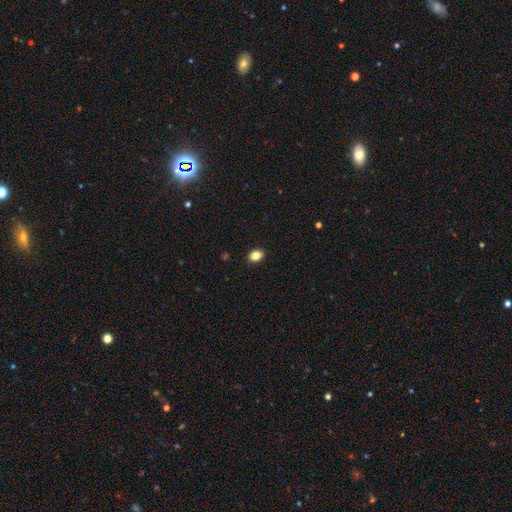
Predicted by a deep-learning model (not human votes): smooth_or_featured: smooth (p=0.84) [alt: star or artifact p=0.10]
how_rounded: in between (p=0.70) [alt: round p=0.29]
merging: none (p=0.90) [alt: minor disturbance p=0.08]